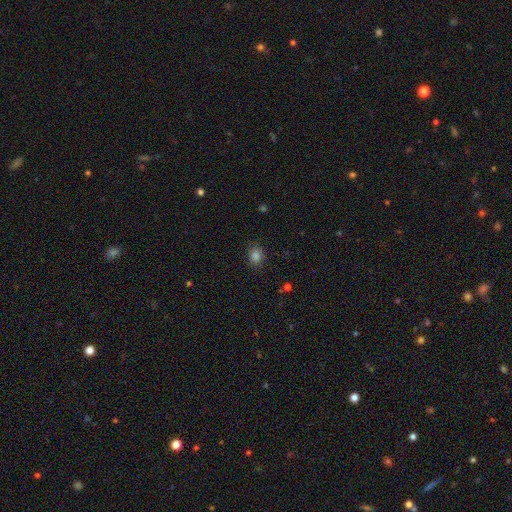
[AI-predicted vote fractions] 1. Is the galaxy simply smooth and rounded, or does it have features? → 83% smooth, 13% star or artifact, 4% featured or disk.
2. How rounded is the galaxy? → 54% round, 45% in between, 1% cigar-shaped.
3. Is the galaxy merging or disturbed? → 84% none, 11% minor disturbance, 3% major disturbance, 1% merger.